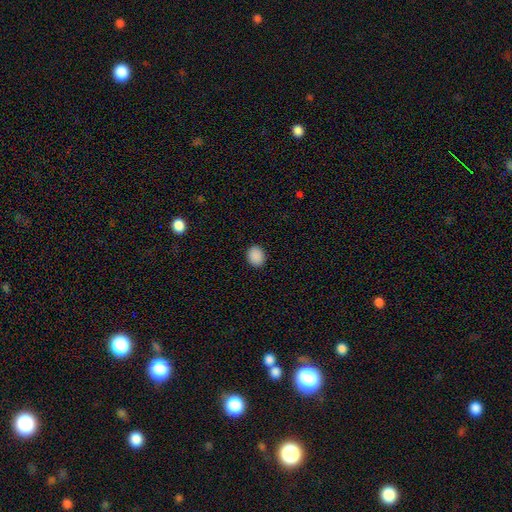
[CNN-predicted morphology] This is clearly a smooth galaxy (89%). How rounded: possibly round (60%). Merging: clearly none (90%).